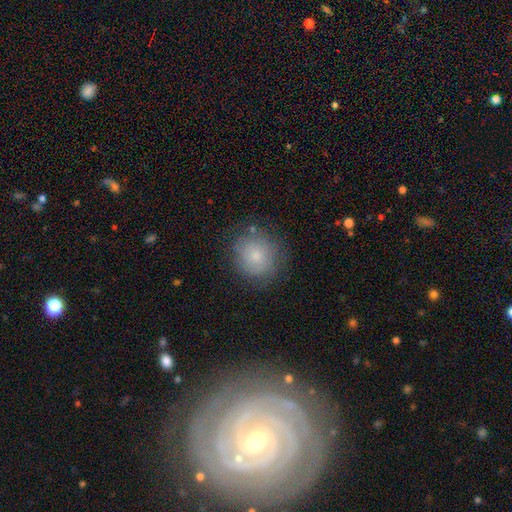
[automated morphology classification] Smooth or featured: smooth — 72% (featured or disk — 18%)
How rounded: round — 88% (in between — 11%)
Merging: none — 77% (minor disturbance — 16%)